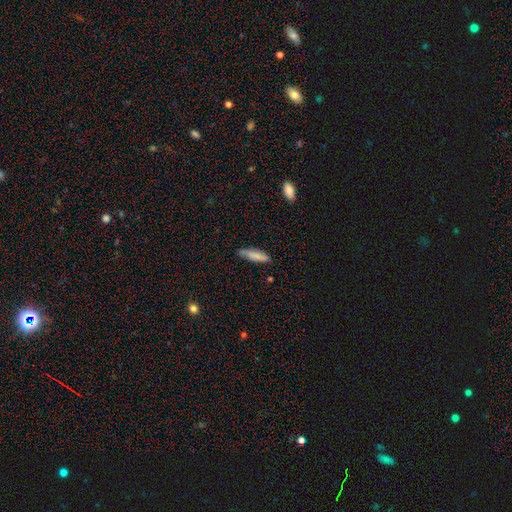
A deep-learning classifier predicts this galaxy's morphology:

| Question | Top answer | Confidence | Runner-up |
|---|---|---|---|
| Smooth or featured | smooth | 79% | featured or disk (15%) |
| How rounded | cigar-shaped | 74% | in between (25%) |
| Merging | none | 77% | minor disturbance (18%) |